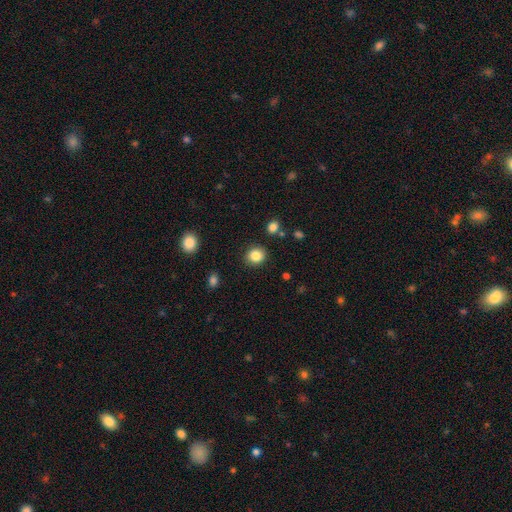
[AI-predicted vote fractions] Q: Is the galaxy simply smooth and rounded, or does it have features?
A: smooth — 85%.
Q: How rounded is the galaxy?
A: round — 81%.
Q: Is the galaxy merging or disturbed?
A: none — 88%.